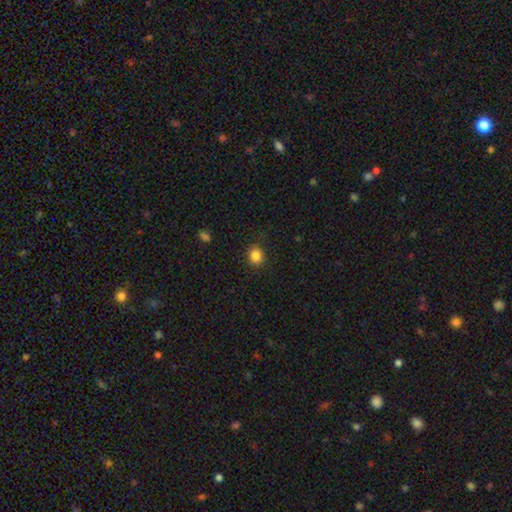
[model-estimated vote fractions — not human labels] smooth-or-featured: smooth: 85% | star or artifact: 11% | featured or disk: 4%
  how-rounded: round: 70% | in between: 29% | cigar-shaped: 1%
  merging: none: 88% | minor disturbance: 9% | major disturbance: 3% | merger: 1%